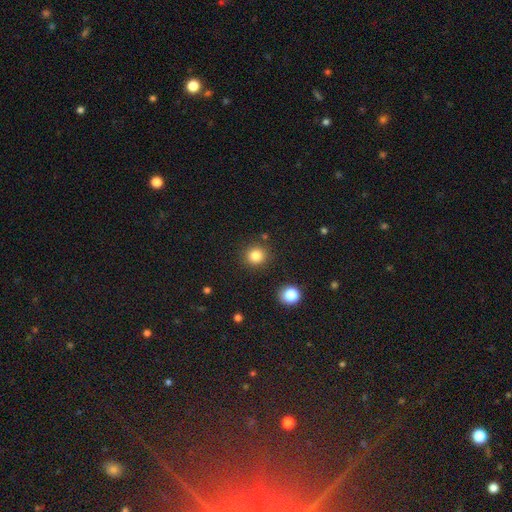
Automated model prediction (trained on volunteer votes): smooth_or_featured: smooth (p=0.83) [alt: star or artifact p=0.12]
how_rounded: round (p=0.91) [alt: in between p=0.08]
merging: none (p=0.88) [alt: minor disturbance p=0.06]